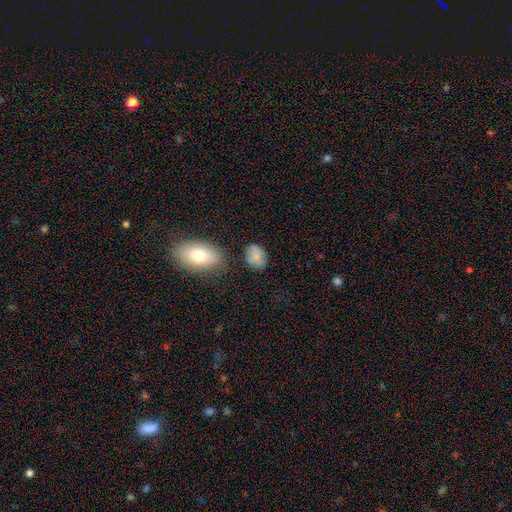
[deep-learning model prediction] Smooth or featured: smooth — 76% (featured or disk — 15%)
How rounded: in between — 69% (round — 30%)
Merging: none — 65% (minor disturbance — 22%)